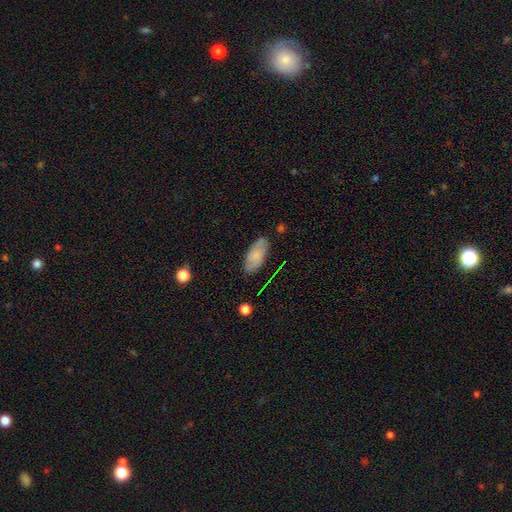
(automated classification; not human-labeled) Smooth or featured?
  - smooth: 76% *
  - featured or disk: 17%
  - star or artifact: 7%
How rounded?
  - in between: 89% *
  - cigar-shaped: 9%
  - round: 2%
Merging?
  - none: 82% *
  - minor disturbance: 14%
  - major disturbance: 3%
  - merger: 1%